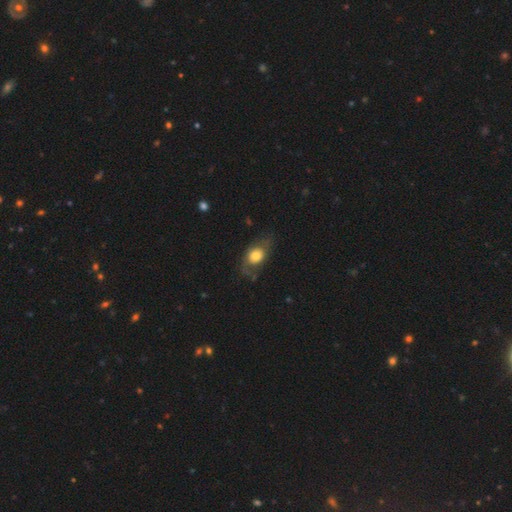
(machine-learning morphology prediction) This appears to be a smooth galaxy with no disk features (58%) that is in between round and cigar-shaped (62%). Merging: none (59%).